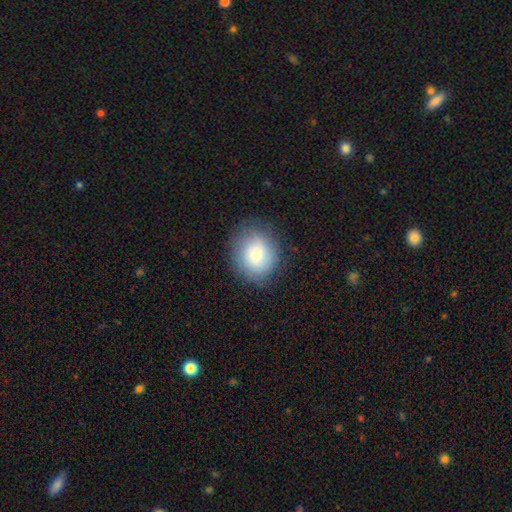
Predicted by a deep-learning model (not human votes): This is likely a smooth galaxy (78%). How rounded: likely round (75%). Merging: clearly none (81%).